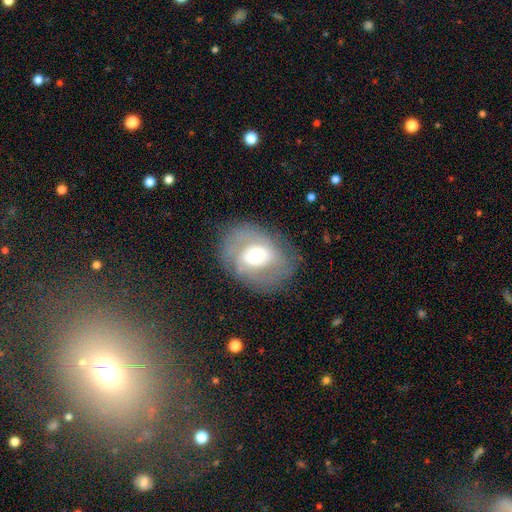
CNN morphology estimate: featured or disk 55%, smooth 37%, star or artifact 9%. Down the decision tree: edge-on disk — no (94%); bar — no (47%); spiral arms — yes (58%); bulge size — moderate (57%); merging — none (71%).